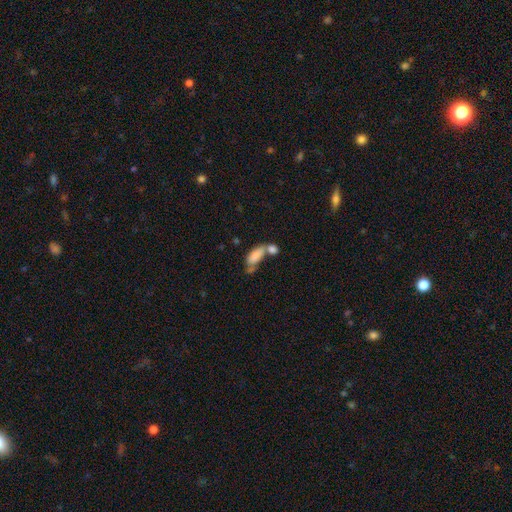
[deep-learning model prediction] smooth_or_featured: smooth (p=0.78) [alt: featured or disk p=0.14]
how_rounded: in between (p=0.84) [alt: cigar-shaped p=0.12]
merging: merger (p=0.57) [alt: none p=0.23]